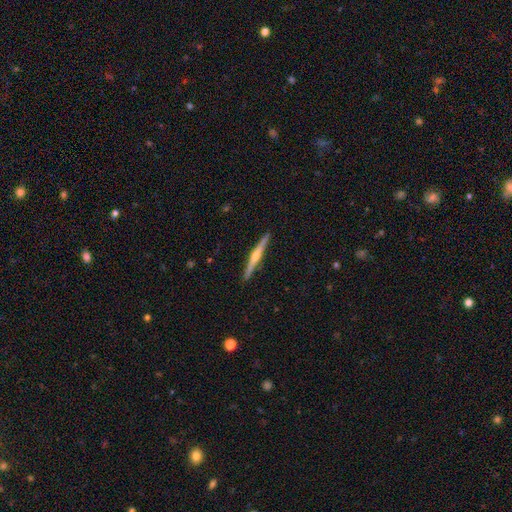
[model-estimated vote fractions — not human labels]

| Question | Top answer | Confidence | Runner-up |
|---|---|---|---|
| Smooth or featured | featured or disk | 73% | smooth (22%) |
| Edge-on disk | yes | 98% | no (2%) |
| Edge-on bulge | rounded | 84% | none (10%) |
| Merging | none | 91% | minor disturbance (6%) |